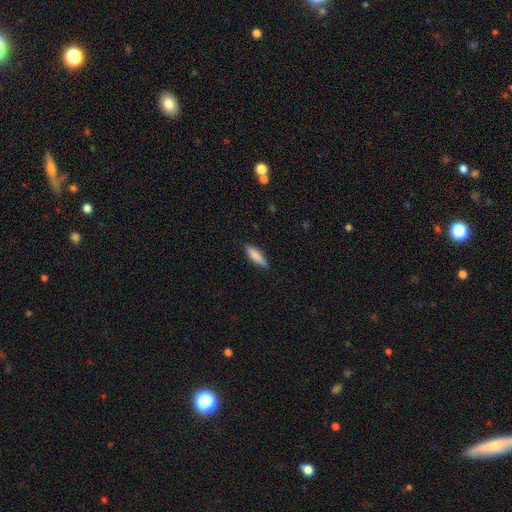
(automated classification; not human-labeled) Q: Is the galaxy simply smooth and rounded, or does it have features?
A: smooth — 81%.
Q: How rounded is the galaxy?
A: cigar-shaped — 64%.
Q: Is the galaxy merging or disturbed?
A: none — 84%.